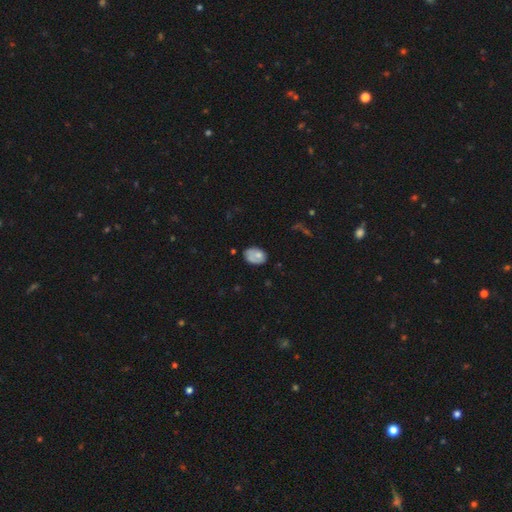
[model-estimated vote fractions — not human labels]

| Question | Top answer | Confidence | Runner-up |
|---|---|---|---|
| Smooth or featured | smooth | 67% | featured or disk (25%) |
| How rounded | in between | 81% | round (18%) |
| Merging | none | 49% | minor disturbance (33%) |